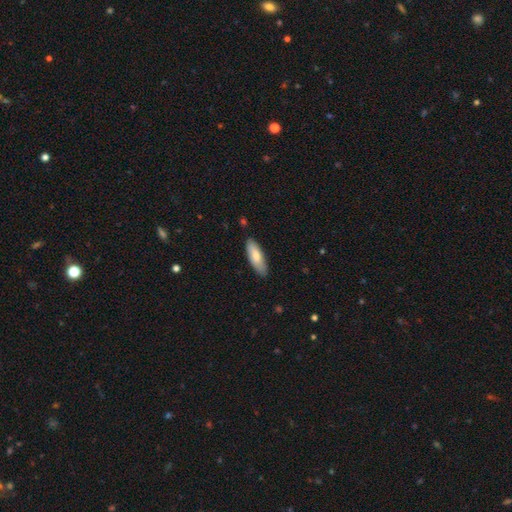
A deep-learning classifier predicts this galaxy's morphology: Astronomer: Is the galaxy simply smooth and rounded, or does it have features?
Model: smooth — 79%.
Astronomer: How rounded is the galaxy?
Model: in between — 59% (runner-up: cigar-shaped, 40%).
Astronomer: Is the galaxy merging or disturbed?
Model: none — 85%.